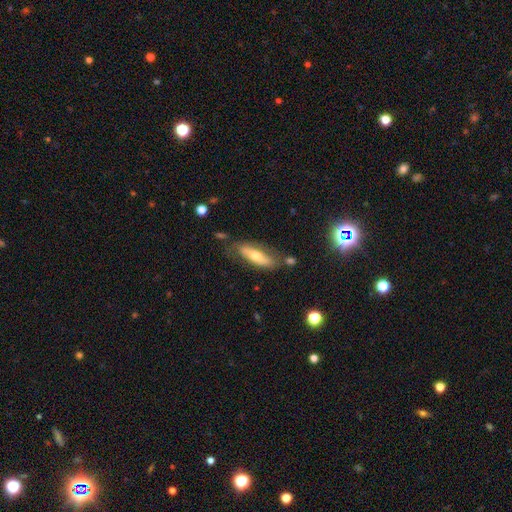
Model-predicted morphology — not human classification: A smooth galaxy with no disk features (50%) that is in between round and cigar-shaped (50%). Merging: none (66%).